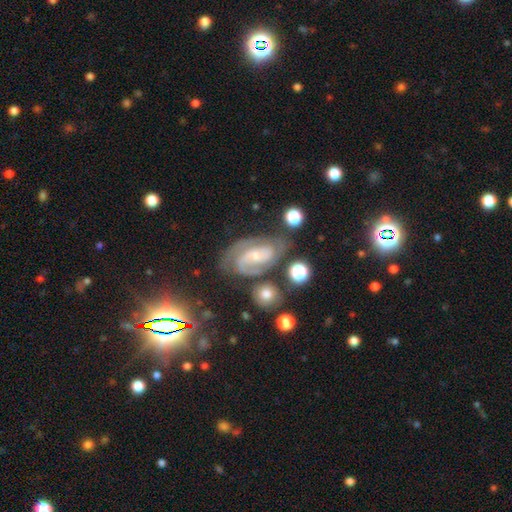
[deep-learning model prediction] Overall: featured or disk (84%). Edge-on disk: no (96%). Bar: no (41%; weak 38%). Spiral arms: yes (97%). Spiral arm count: 2 (68%). Spiral winding: tight (53%; medium 39%). Bulge size: small (64%; moderate 31%). Merging: none (65%).